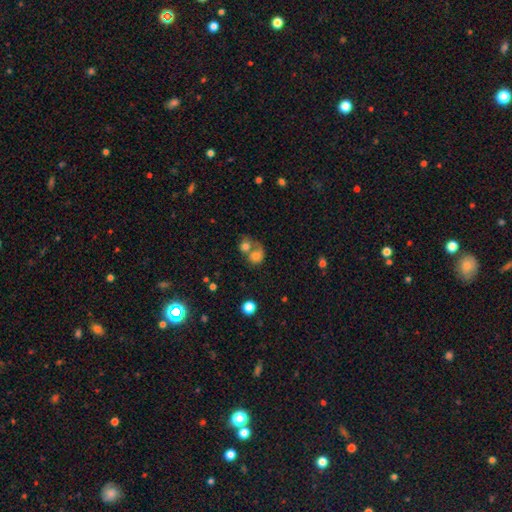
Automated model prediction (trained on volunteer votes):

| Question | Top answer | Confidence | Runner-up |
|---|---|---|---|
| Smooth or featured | smooth | 70% | featured or disk (19%) |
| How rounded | round | 67% | in between (32%) |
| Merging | merger | 63% | none (21%) |